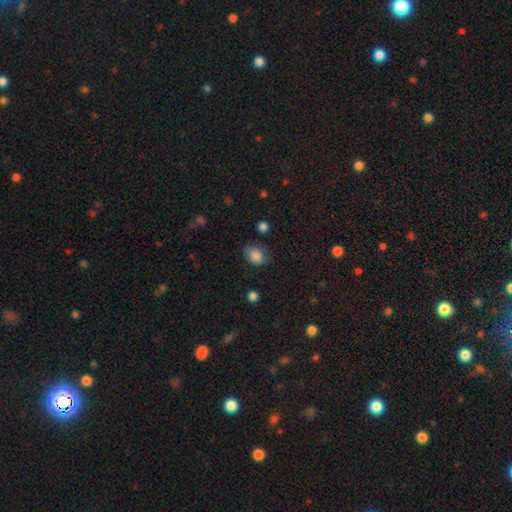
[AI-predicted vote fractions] Morphology: type=smooth (83%); roundness=in between (52%); merging=none (60%).